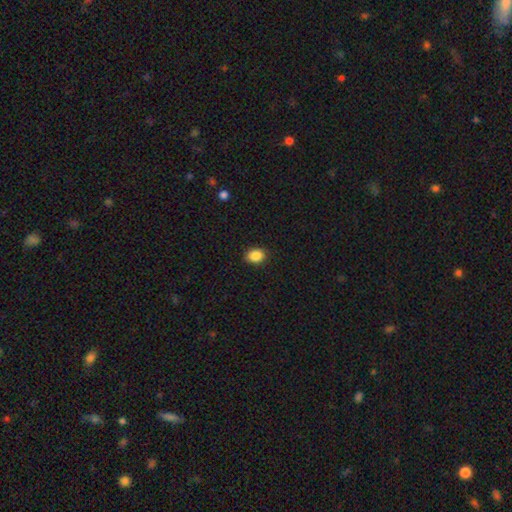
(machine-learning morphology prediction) smooth 88%, star or artifact 9%, featured or disk 4%. Down the decision tree: how rounded — in between (60%); merging — none (87%).